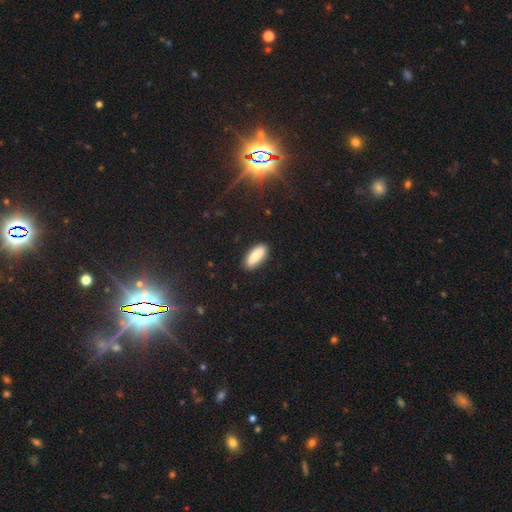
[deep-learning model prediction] Smooth or featured? Predicted: smooth (p=0.86). How rounded? Predicted: in between (p=0.79). Merging? Predicted: none (p=0.86).